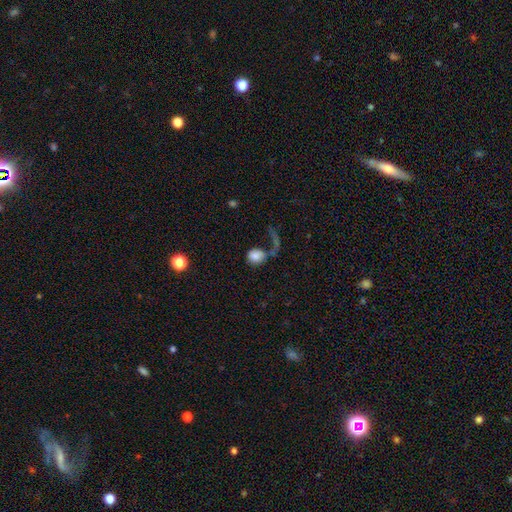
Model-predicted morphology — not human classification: Overall: smooth (76%). How rounded: round (71%). Merging: major disturbance (35%; none 34%).